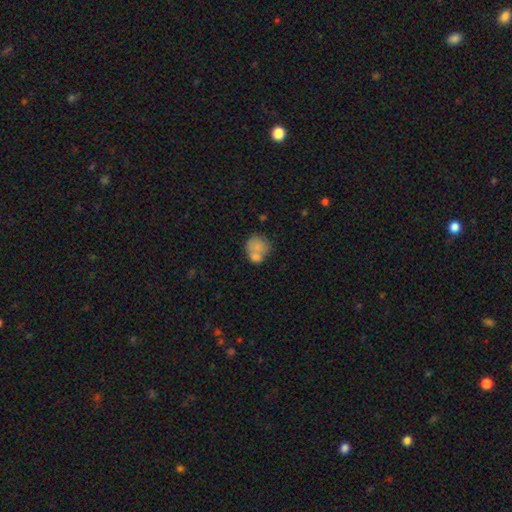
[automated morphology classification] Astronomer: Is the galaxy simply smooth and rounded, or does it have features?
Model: smooth — 73%.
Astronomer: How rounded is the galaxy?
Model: round — 71%.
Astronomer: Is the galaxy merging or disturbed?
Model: merger — 42% (runner-up: none, 36%).